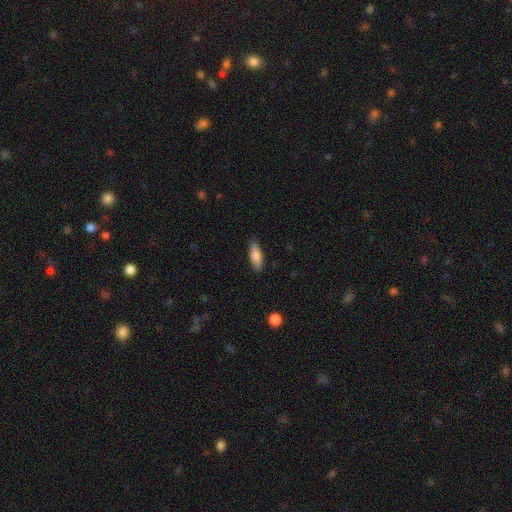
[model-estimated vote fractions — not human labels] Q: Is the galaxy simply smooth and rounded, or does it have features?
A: smooth — 79%.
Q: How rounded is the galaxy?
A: in between — 62%.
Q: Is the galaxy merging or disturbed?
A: none — 85%.